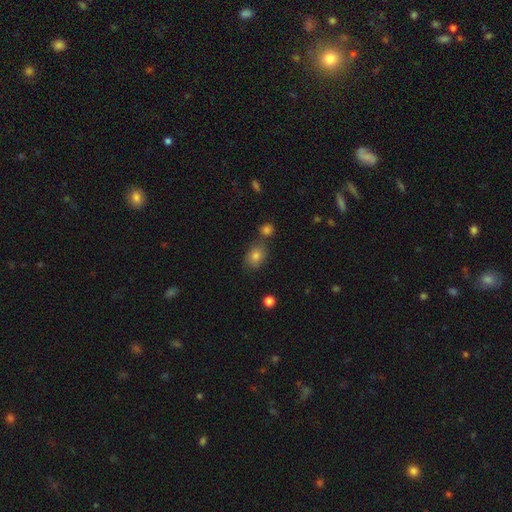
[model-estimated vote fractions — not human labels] A smooth galaxy with no disk features (78%) that is in between round and cigar-shaped (59%).

Vote fractions:
- Smooth or featured? smooth: 78% / star or artifact: 13% / featured or disk: 9%
- How rounded? in between: 59% / round: 40% / cigar-shaped: 1%
- Merging? none: 69% / merger: 14% / minor disturbance: 13% / major disturbance: 4%